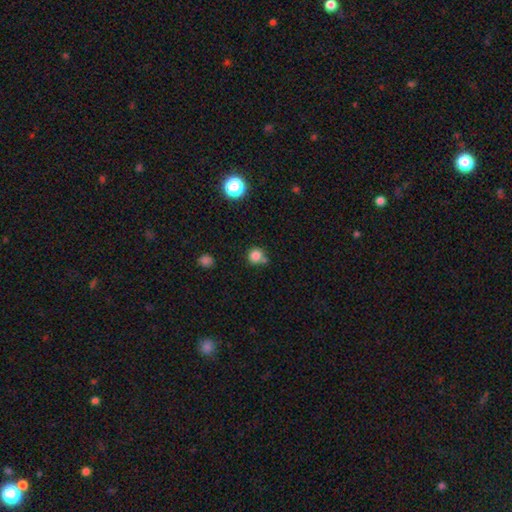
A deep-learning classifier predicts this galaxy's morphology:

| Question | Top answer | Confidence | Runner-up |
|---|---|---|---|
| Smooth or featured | smooth | 81% | star or artifact (13%) |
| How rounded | round | 91% | in between (8%) |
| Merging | none | 65% | merger (18%) |